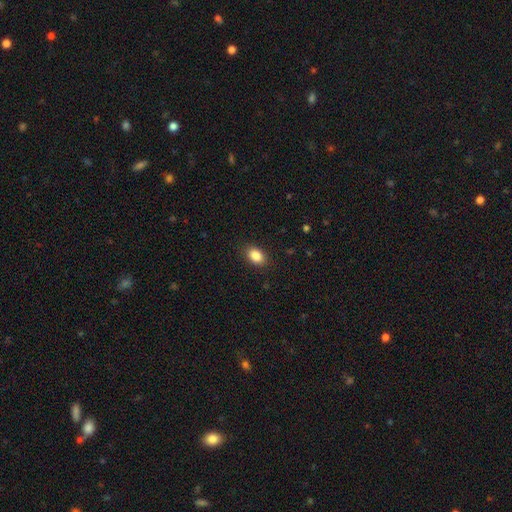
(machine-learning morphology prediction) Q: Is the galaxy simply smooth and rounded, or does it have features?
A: smooth — 87%.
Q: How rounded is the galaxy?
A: in between — 83%.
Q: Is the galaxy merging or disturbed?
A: none — 88%.